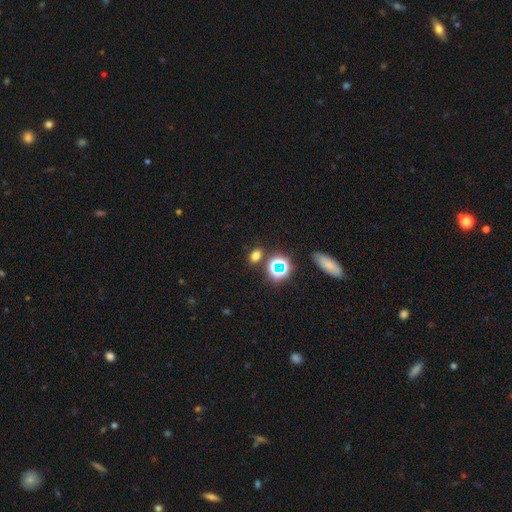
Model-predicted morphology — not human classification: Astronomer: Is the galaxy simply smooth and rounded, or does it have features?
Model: smooth — 65%.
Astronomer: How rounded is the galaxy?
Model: in between — 71%.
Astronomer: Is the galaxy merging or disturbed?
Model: none — 81%.